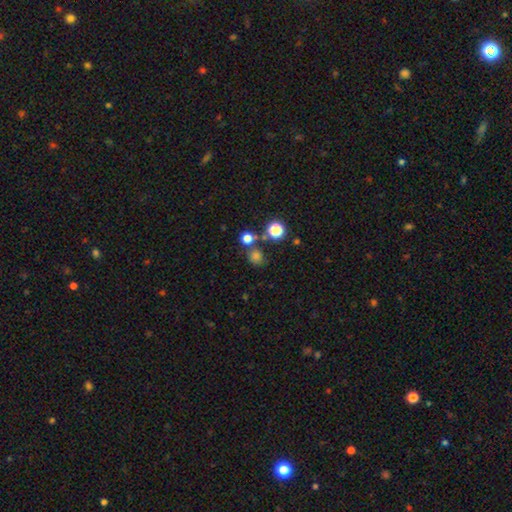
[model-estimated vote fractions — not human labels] Overall: smooth (71%). How rounded: round (81%). Merging: none (69%).